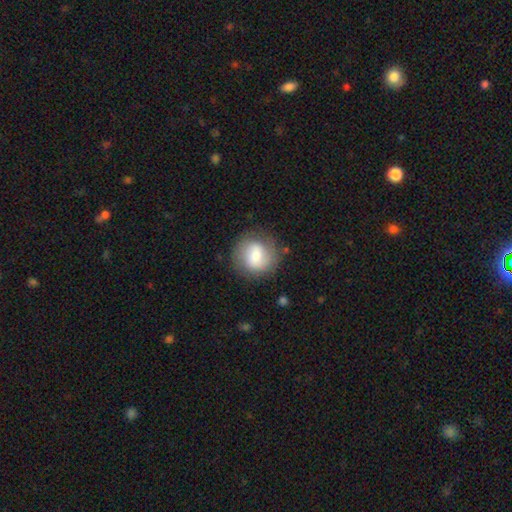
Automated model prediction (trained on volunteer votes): smooth 59%, featured or disk 34%, star or artifact 8%. Down the decision tree: how rounded — round (88%); merging — none (80%).